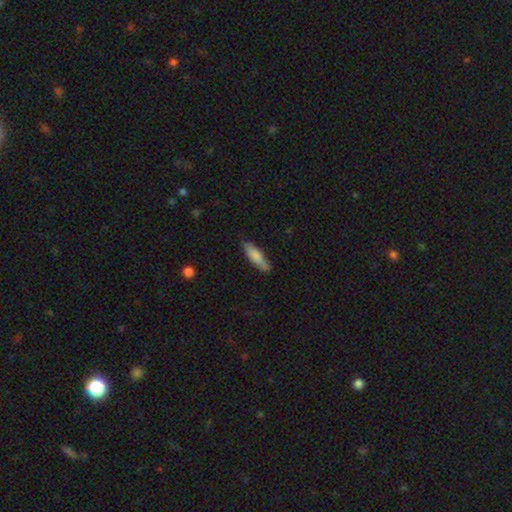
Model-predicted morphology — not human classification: Smooth or featured: smooth — 78% (featured or disk — 16%)
How rounded: cigar-shaped — 62% (in between — 36%)
Merging: none — 79% (minor disturbance — 17%)